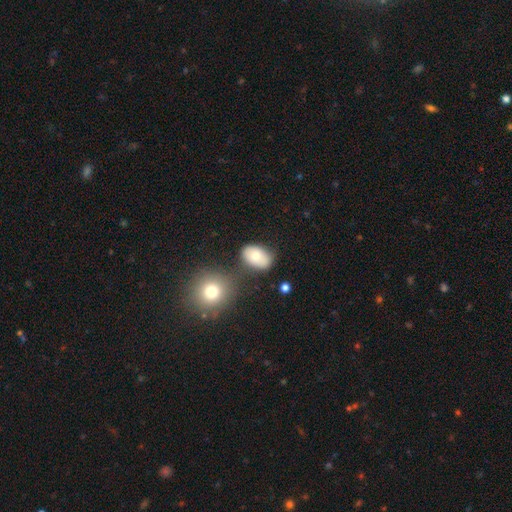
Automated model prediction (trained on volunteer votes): Smooth or featured?
  - smooth: 78% *
  - featured or disk: 14%
  - star or artifact: 8%
How rounded?
  - in between: 86% *
  - round: 13%
  - cigar-shaped: 1%
Merging?
  - none: 67% *
  - minor disturbance: 17%
  - merger: 11%
  - major disturbance: 5%